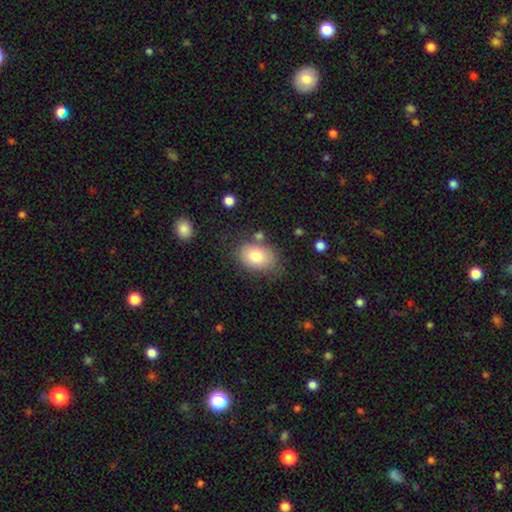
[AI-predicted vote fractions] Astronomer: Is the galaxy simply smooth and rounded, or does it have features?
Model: smooth — 77%.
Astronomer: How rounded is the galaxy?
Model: in between — 79%.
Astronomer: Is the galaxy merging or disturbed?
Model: none — 68%.